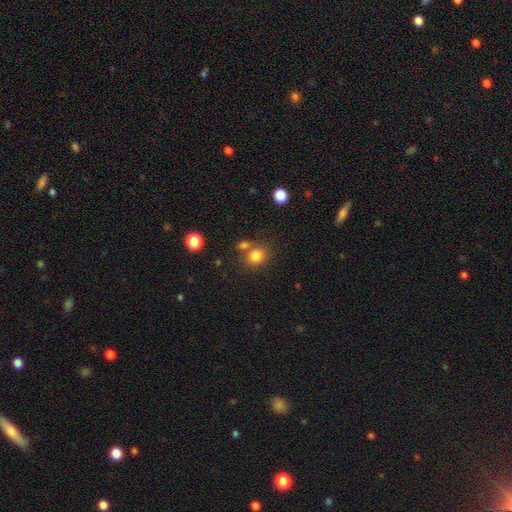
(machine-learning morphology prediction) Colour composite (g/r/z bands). It shows a smooth galaxy with no disk features (82%) that is round (71%). Merging: none (65%).